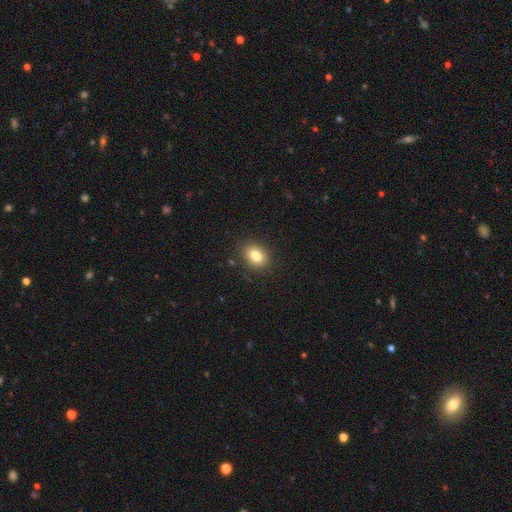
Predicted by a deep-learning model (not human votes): A smooth galaxy with no disk features (82%) that is in between round and cigar-shaped (68%).

Vote fractions:
- Smooth or featured? smooth: 82% / star or artifact: 10% / featured or disk: 8%
- How rounded? in between: 68% / round: 31% / cigar-shaped: 1%
- Merging? none: 87% / minor disturbance: 9% / major disturbance: 3% / merger: 1%